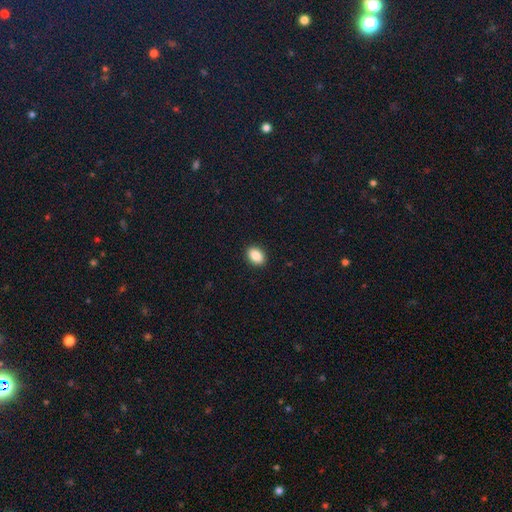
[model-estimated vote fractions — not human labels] Smooth or featured? smooth (88%)
How rounded? in between (82%)
Merging? none (91%)